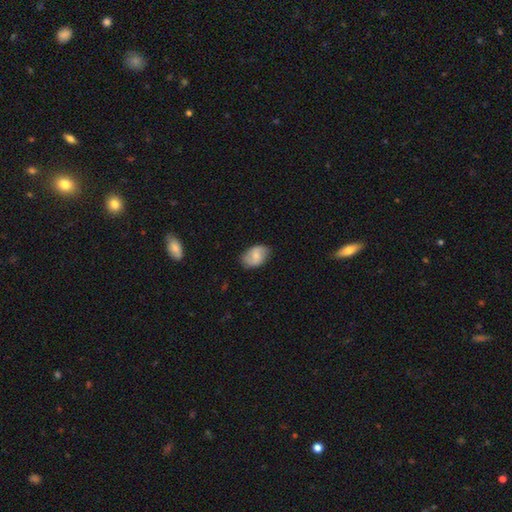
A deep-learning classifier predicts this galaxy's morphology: smooth_or_featured: smooth (p=0.60) [alt: featured or disk p=0.33]
how_rounded: in between (p=0.86) [alt: round p=0.12]
merging: none (p=0.77) [alt: minor disturbance p=0.18]